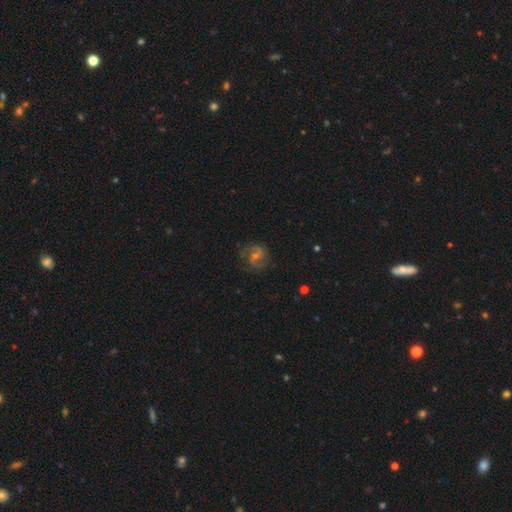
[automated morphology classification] Smooth or featured? featured or disk (67%)
Edge-on disk? no (97%)
Bar? weak (50%)
Spiral arms? yes (90%)
Spiral winding? medium (50%)
Spiral arm count? 2 (70%)
Bulge size? small (53%)
Merging? none (77%)